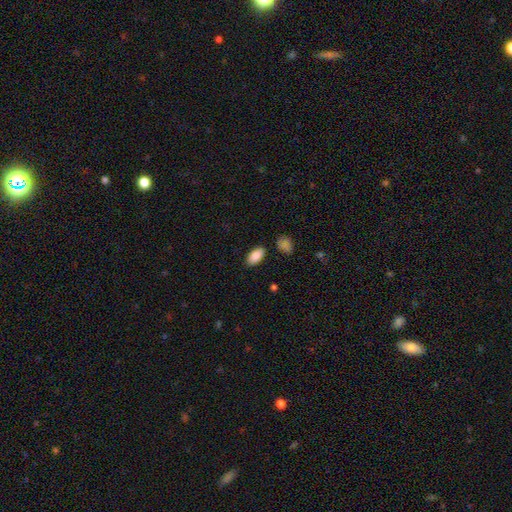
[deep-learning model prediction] Smooth or featured? smooth (87%)
How rounded? in between (93%)
Merging? none (86%)